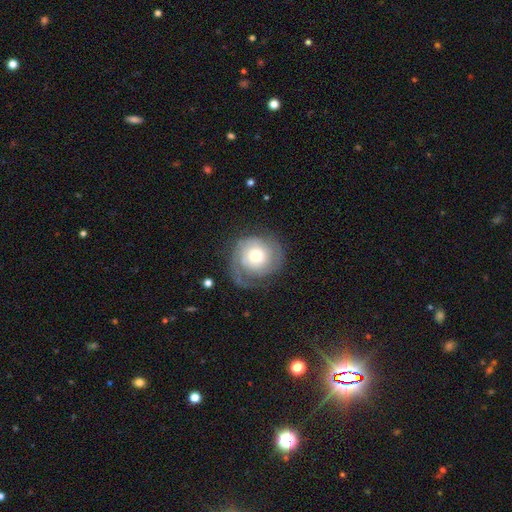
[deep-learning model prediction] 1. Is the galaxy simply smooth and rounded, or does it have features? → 62% featured or disk, 31% smooth, 7% star or artifact.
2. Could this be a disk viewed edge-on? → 97% no, 3% yes.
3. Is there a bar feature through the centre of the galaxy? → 80% no, 17% weak, 3% strong.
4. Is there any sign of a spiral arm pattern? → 85% yes, 15% no.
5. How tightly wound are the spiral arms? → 57% tight, 29% medium, 14% loose.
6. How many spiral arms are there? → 42% 2, 26% can't tell, 16% 1, 9% 3, 3% 4, 3% more than 4.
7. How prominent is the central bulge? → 56% moderate, 20% small, 19% large, 3% dominant, 1% none.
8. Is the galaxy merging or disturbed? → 59% none, 22% minor disturbance, 18% major disturbance, 2% merger.